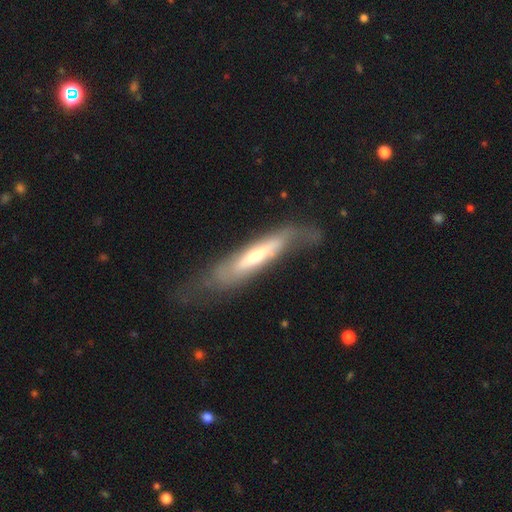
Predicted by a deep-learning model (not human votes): This appears to be a featured or disk galaxy (61%) viewed edge-on (57%). Merging: none (48%).